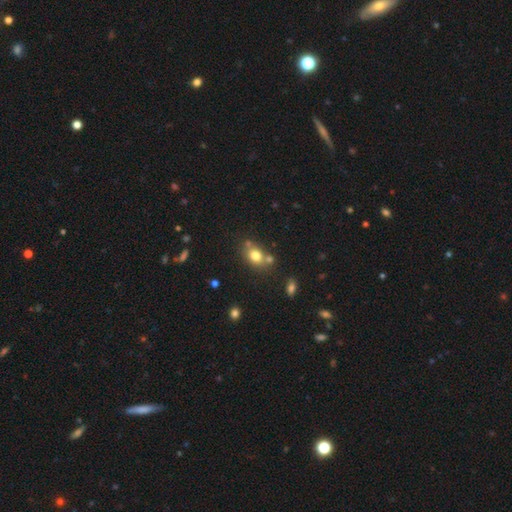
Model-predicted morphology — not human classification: A smooth galaxy with no disk features (77%) that is in between round and cigar-shaped (60%). Merging: none (59%).